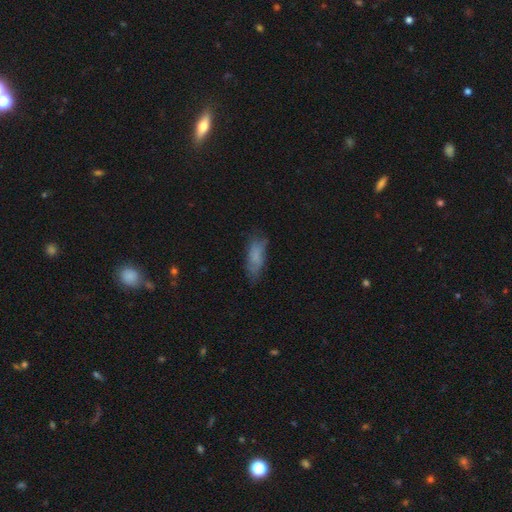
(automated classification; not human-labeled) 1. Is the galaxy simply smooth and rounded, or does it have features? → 73% smooth, 18% featured or disk, 9% star or artifact.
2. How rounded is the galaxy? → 67% in between, 31% cigar-shaped, 2% round.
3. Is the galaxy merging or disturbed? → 64% none, 25% minor disturbance, 9% major disturbance, 2% merger.